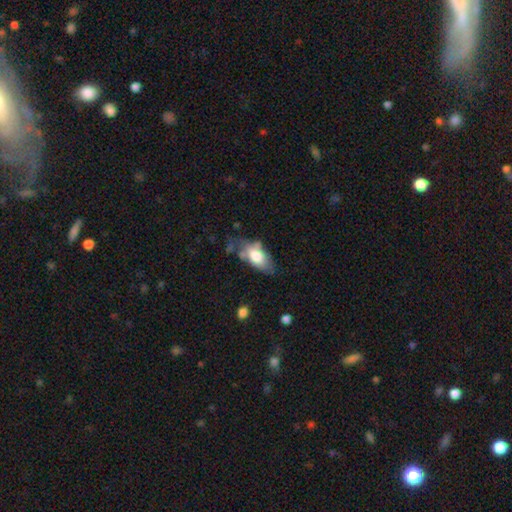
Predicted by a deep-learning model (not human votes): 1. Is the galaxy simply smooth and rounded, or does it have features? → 71% smooth, 22% featured or disk, 7% star or artifact.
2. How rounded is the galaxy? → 90% in between, 7% cigar-shaped, 3% round.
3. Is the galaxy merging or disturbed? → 43% none, 32% minor disturbance, 16% major disturbance, 10% merger.